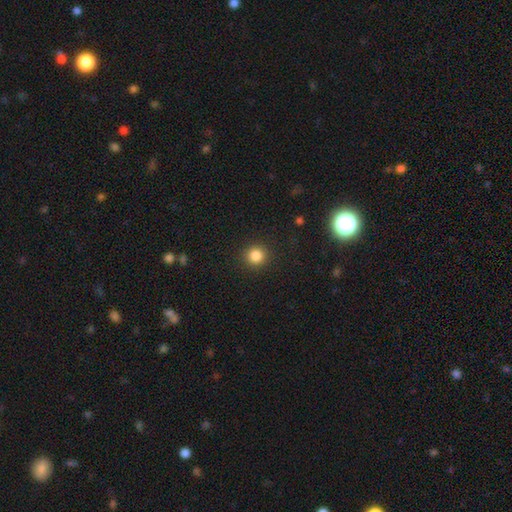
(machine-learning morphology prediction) smooth 85%, star or artifact 11%, featured or disk 4%. Down the decision tree: how rounded — round (92%); merging — none (91%).